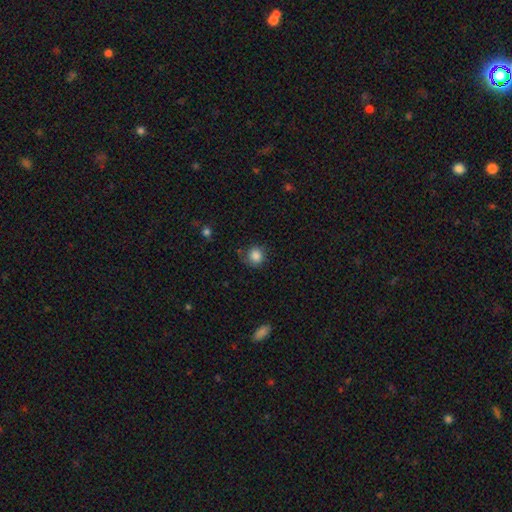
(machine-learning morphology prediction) A smooth galaxy with no disk features (85%) that is round (87%). Merging: none (73%).